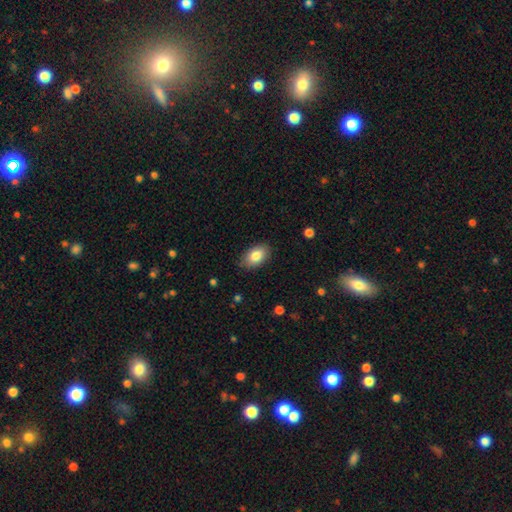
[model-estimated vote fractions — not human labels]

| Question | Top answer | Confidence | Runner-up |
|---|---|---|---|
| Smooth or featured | smooth | 84% | featured or disk (9%) |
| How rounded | in between | 91% | round (7%) |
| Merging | none | 84% | minor disturbance (12%) |